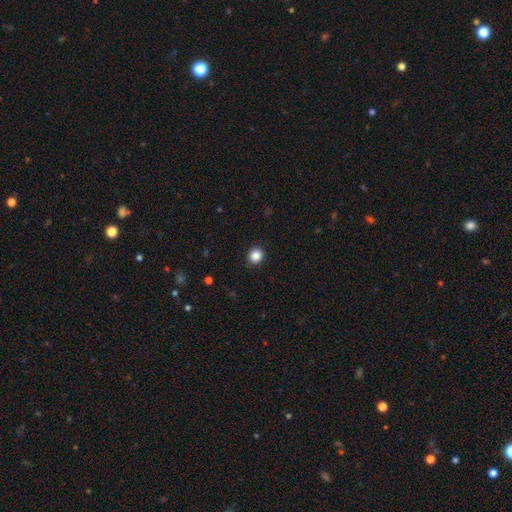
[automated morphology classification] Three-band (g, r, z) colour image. It shows a smooth galaxy with no disk features (87%) that is round (87%). Merging: none (91%).